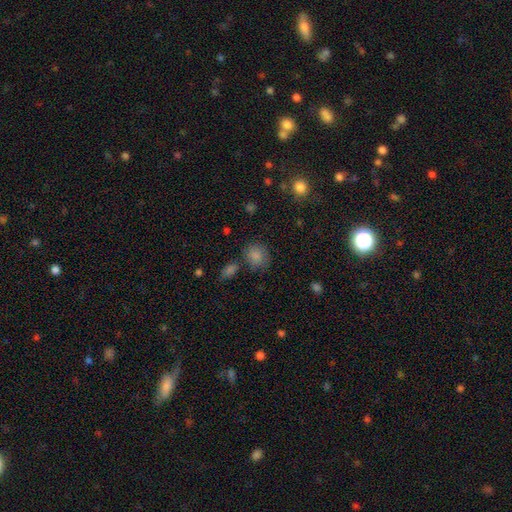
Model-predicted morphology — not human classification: Smooth or featured? Predicted: smooth (p=0.82). How rounded? Predicted: round (p=0.65). Merging? Predicted: none (p=0.68).